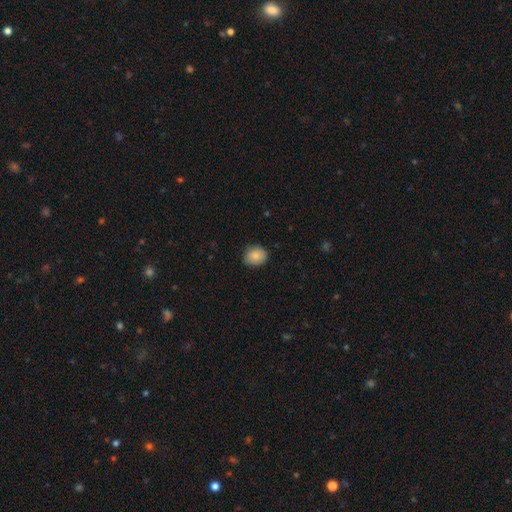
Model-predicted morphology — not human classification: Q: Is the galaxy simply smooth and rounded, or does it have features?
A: smooth — 85%.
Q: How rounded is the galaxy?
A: round — 62%.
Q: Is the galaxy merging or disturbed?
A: none — 81%.